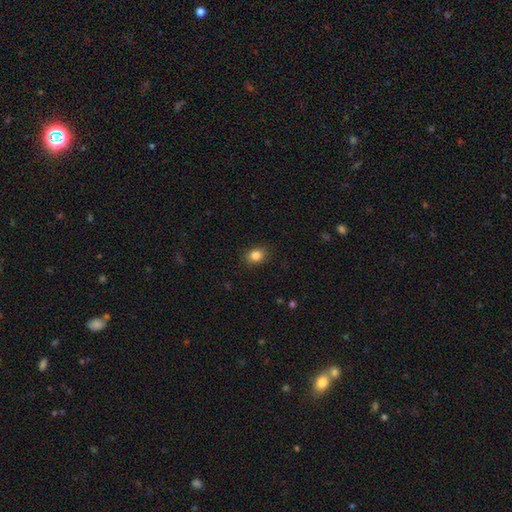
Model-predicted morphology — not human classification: Smooth or featured? smooth (85%)
How rounded? in between (55%)
Merging? none (88%)